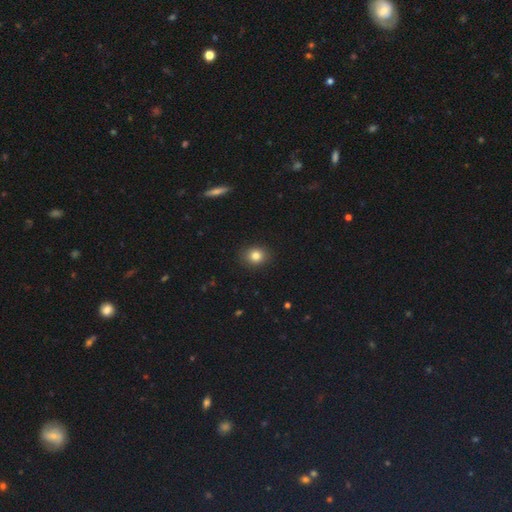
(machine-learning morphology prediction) A smooth galaxy with no disk features (82%) that is round (66%). Merging: none (90%).